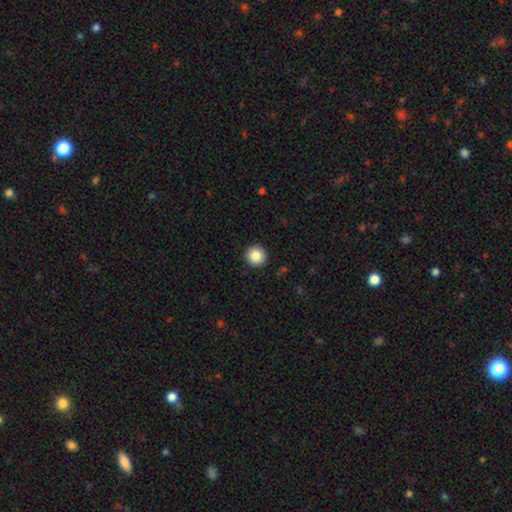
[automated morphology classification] smooth 86%, star or artifact 9%, featured or disk 5%. Down the decision tree: how rounded — round (94%); merging — none (92%).